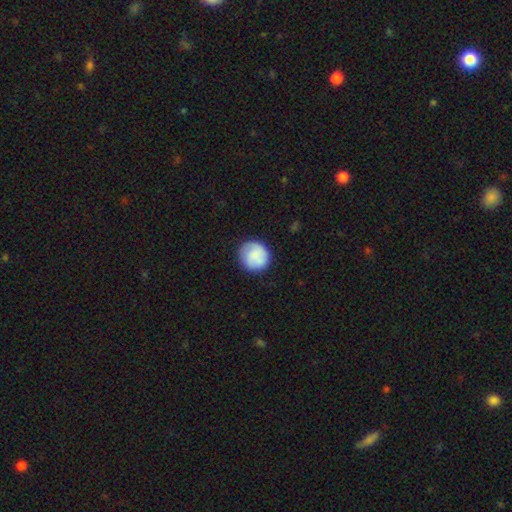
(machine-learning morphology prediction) Smooth or featured: smooth — 72% (featured or disk — 21%)
How rounded: round — 90% (in between — 9%)
Merging: none — 81% (minor disturbance — 14%)